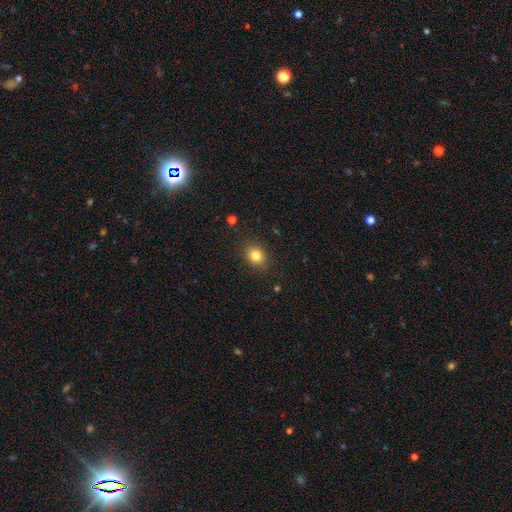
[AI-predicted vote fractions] smooth_or_featured: smooth (p=0.82) [alt: star or artifact p=0.11]
how_rounded: round (p=0.56) [alt: in between p=0.43]
merging: none (p=0.85) [alt: minor disturbance p=0.11]